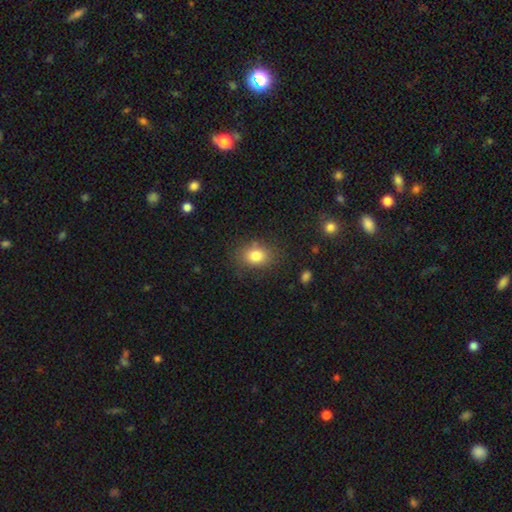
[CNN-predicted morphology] Q: Smooth or featured?
A: smooth (81%); runner-up: star or artifact (11%)
Q: How rounded?
A: in between (61%); runner-up: round (38%)
Q: Merging?
A: none (79%); runner-up: minor disturbance (14%)